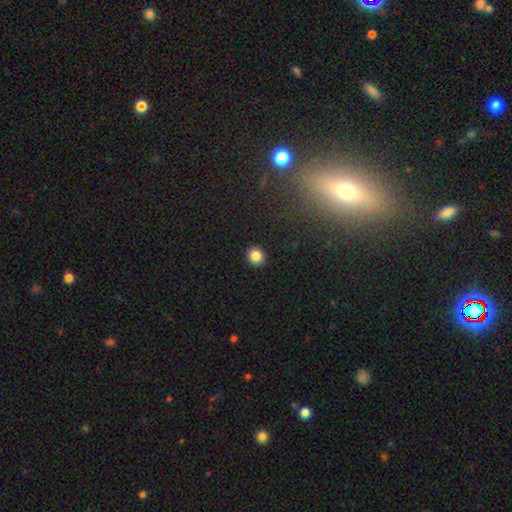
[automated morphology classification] smooth-or-featured: smooth: 85% | star or artifact: 11% | featured or disk: 4%
  how-rounded: round: 89% | in between: 10% | cigar-shaped: 1%
  merging: none: 92% | minor disturbance: 5% | major disturbance: 2% | merger: 1%